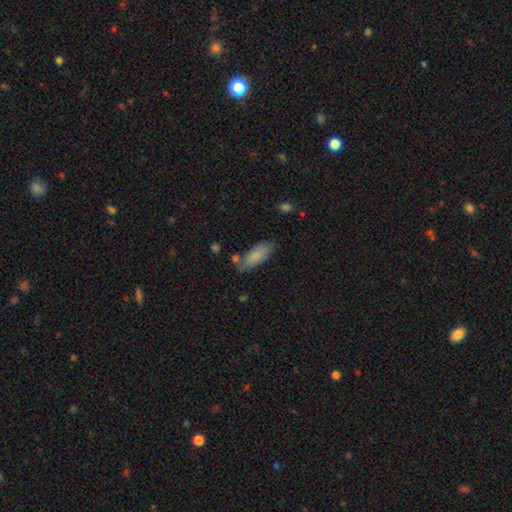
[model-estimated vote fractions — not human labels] Smooth or featured? smooth (80%)
How rounded? in between (75%)
Merging? none (66%)